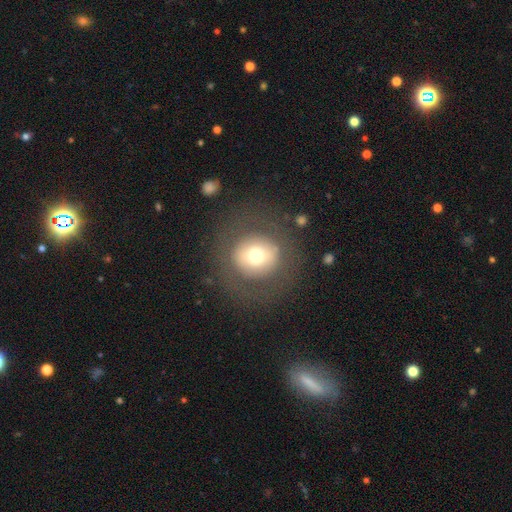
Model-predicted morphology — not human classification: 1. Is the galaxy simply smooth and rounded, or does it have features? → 63% smooth, 25% featured or disk, 13% star or artifact.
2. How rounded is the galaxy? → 92% round, 7% in between, 1% cigar-shaped.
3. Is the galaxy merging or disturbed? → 80% none, 9% major disturbance, 9% minor disturbance, 2% merger.